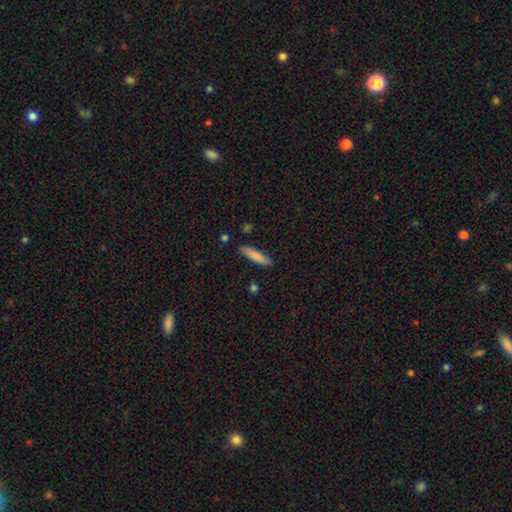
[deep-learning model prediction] Morphology: type=smooth (82%); roundness=cigar-shaped (82%); merging=none (87%).